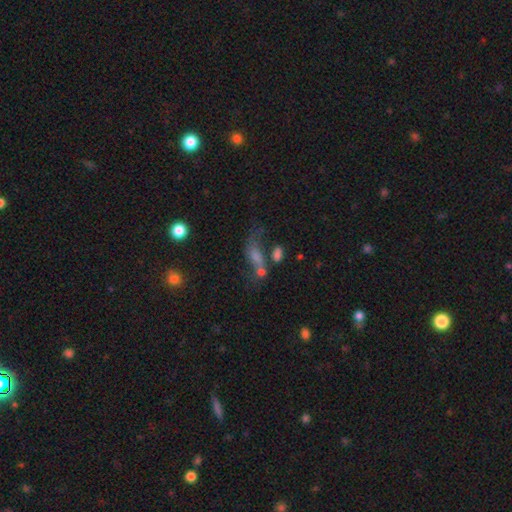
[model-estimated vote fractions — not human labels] Smooth or featured? smooth (53%)
How rounded? in between (69%)
Merging? none (29%)